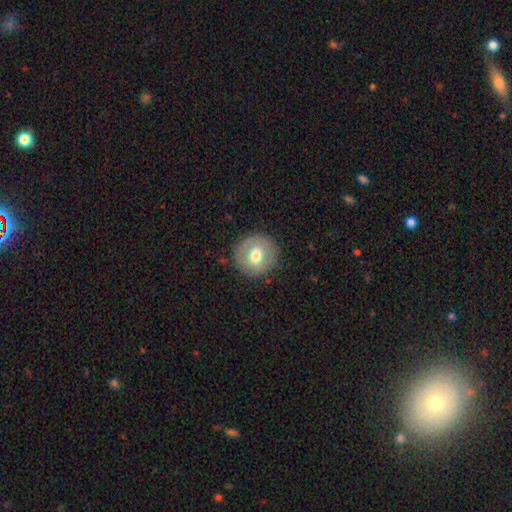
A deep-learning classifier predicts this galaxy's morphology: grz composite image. It shows a smooth galaxy with no disk features (66%) that is round (93%). Merging: none (88%).